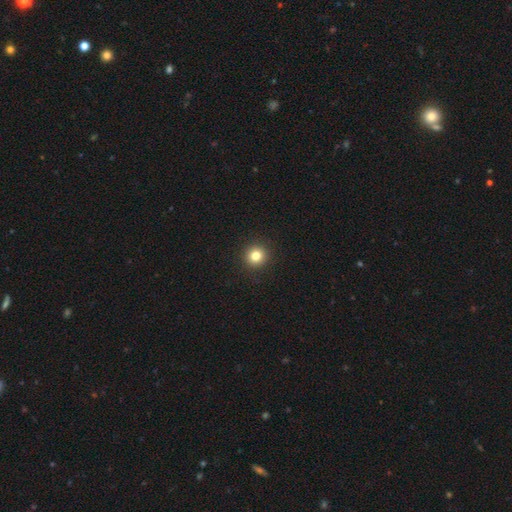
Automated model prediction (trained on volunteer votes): Morphology: type=smooth (81%); roundness=round (94%); merging=none (93%).